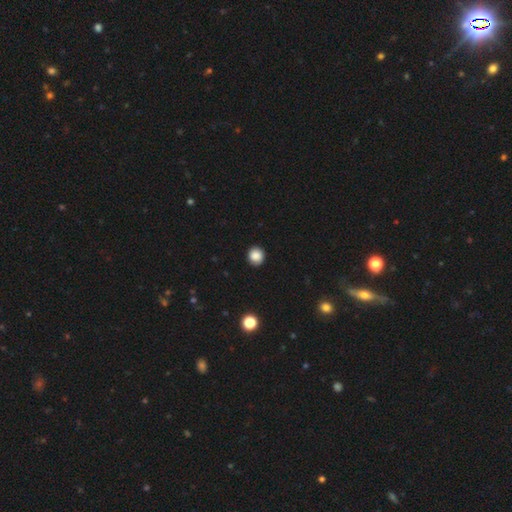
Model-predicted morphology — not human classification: Smooth or featured? smooth (87%)
How rounded? round (90%)
Merging? none (91%)